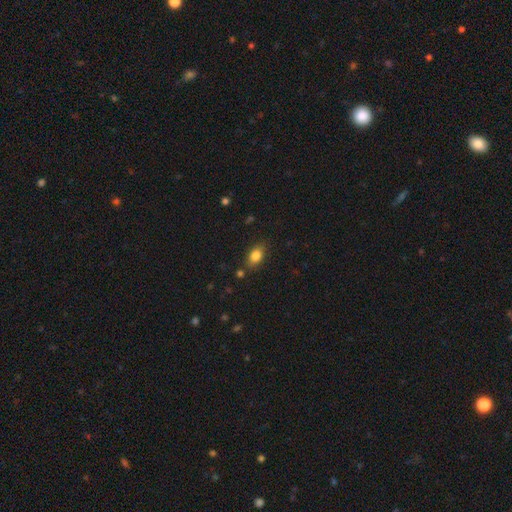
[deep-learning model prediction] smooth_or_featured: smooth (p=0.83) [alt: star or artifact p=0.09]
how_rounded: in between (p=0.82) [alt: round p=0.14]
merging: none (p=0.81) [alt: minor disturbance p=0.13]